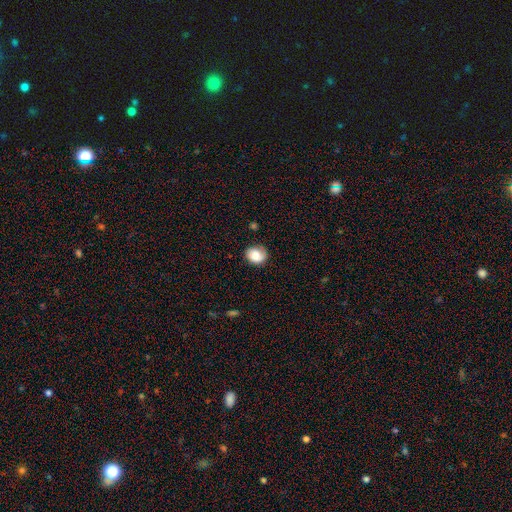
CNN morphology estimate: A smooth galaxy with no disk features (78%) that is round (66%). Merging: none (66%).